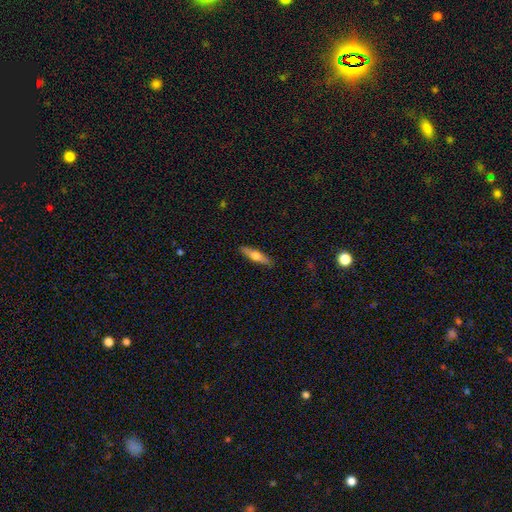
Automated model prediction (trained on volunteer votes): Overall: smooth (52%; featured or disk 42%). How rounded: cigar-shaped (76%). Merging: none (89%).